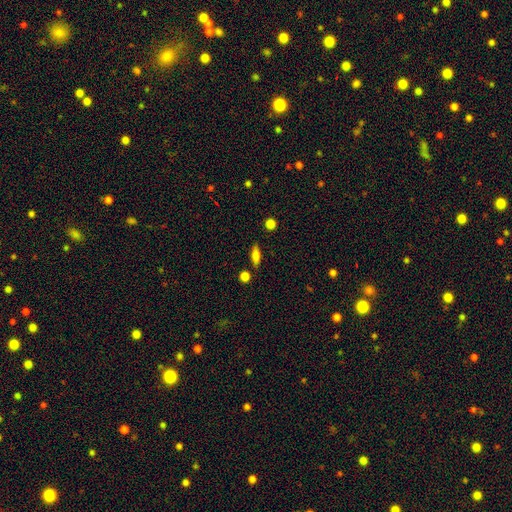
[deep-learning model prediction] smooth-or-featured: smooth: 70% | featured or disk: 22% | star or artifact: 8%
  how-rounded: in between: 56% | cigar-shaped: 38% | round: 5%
  merging: none: 82% | minor disturbance: 11% | merger: 4% | major disturbance: 3%